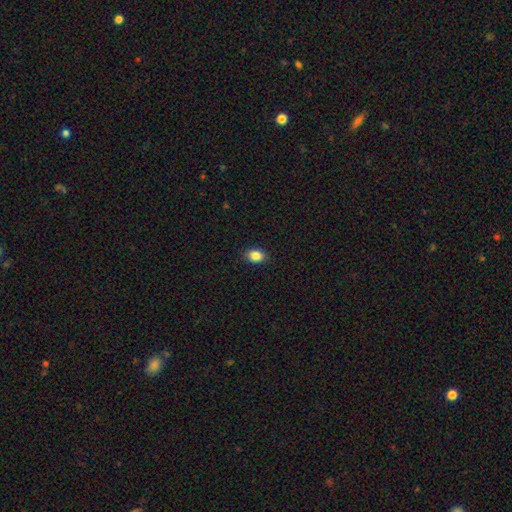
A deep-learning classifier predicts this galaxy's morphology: A smooth galaxy with no disk features (86%) that is in between round and cigar-shaped (69%). Merging: none (89%).